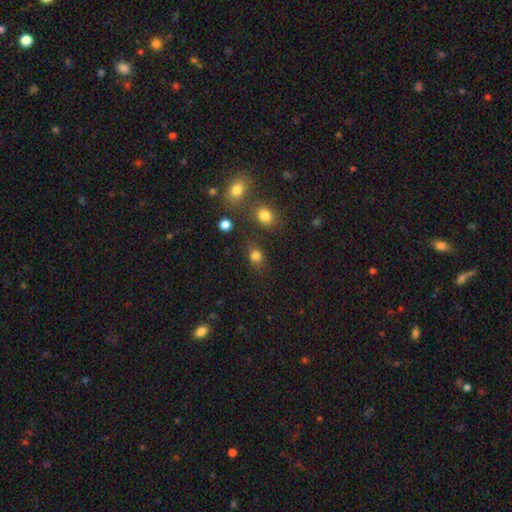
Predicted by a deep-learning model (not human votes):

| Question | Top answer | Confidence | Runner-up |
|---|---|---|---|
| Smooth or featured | smooth | 80% | star or artifact (14%) |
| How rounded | round | 60% | in between (38%) |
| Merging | none | 73% | minor disturbance (14%) |